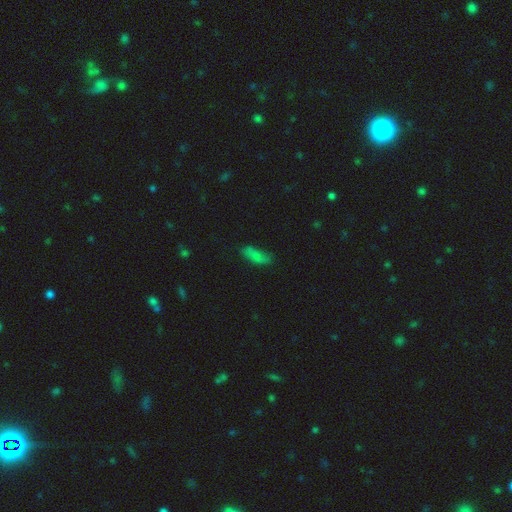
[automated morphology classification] Q: Smooth or featured?
A: smooth (76%); runner-up: featured or disk (13%)
Q: How rounded?
A: in between (68%); runner-up: cigar-shaped (30%)
Q: Merging?
A: none (60%); runner-up: minor disturbance (27%)